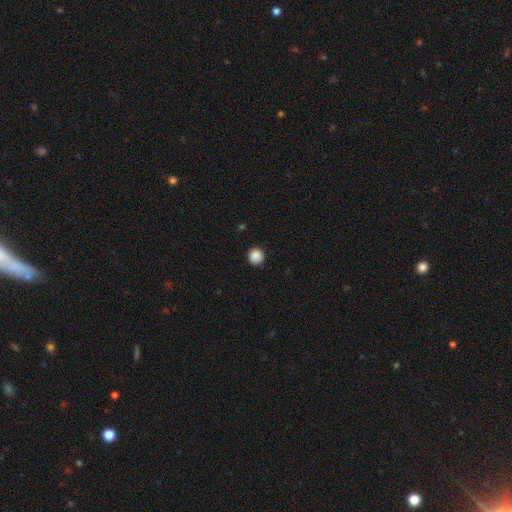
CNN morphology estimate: Smooth or featured? smooth (88%)
How rounded? round (94%)
Merging? none (90%)